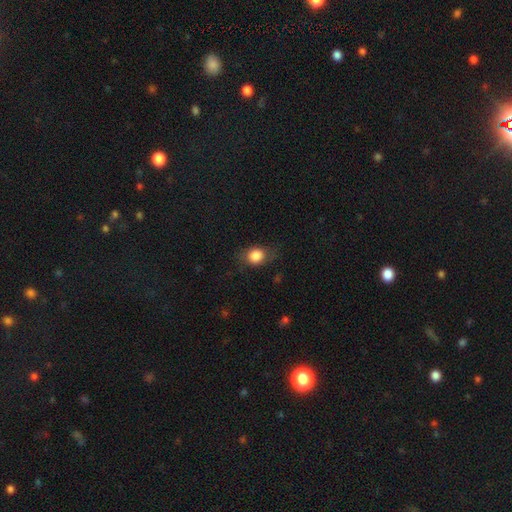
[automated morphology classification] Smooth or featured: smooth — 83% (star or artifact — 9%)
How rounded: round — 56% (in between — 42%)
Merging: none — 72% (minor disturbance — 20%)